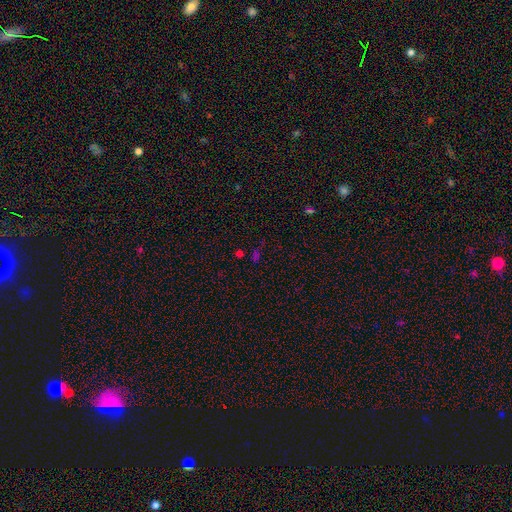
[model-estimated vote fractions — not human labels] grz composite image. It shows a star or artifact, not a galaxy (47%).